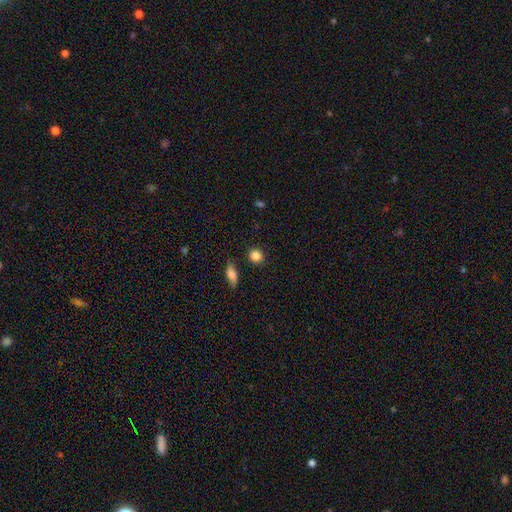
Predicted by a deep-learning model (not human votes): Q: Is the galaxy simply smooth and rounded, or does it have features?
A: smooth — 86%.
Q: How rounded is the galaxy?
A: round — 86%.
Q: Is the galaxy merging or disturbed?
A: none — 88%.